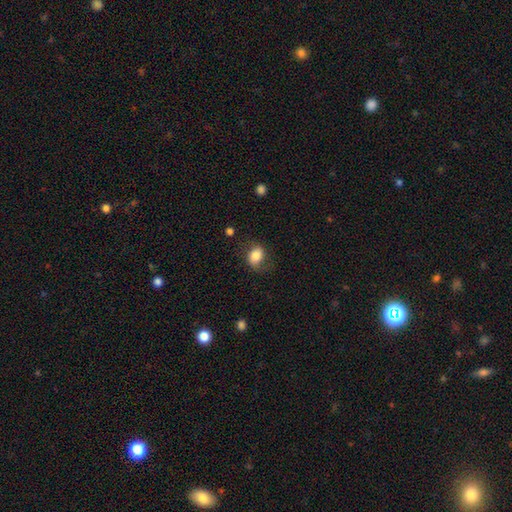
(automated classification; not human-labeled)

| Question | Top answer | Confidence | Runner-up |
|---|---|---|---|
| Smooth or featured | smooth | 76% | featured or disk (16%) |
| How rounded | in between | 63% | round (36%) |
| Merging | none | 65% | minor disturbance (22%) |